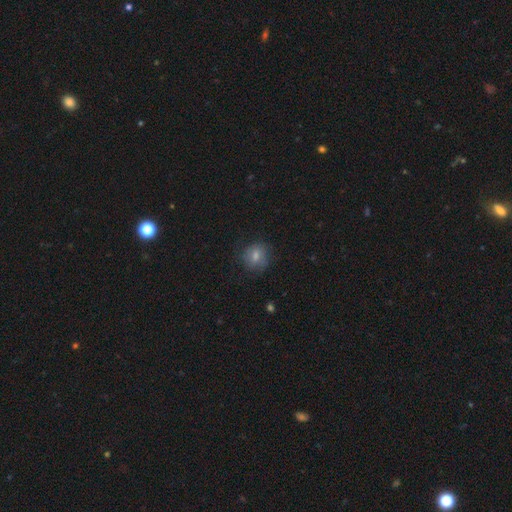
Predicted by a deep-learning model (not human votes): This appears to be a smooth galaxy with no disk features (72%) that is round (77%). Merging: none (70%).